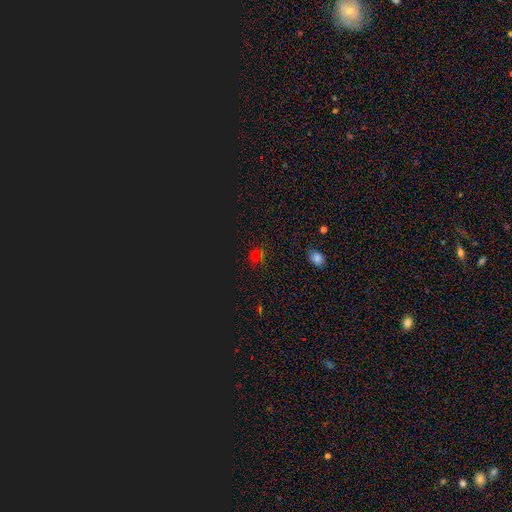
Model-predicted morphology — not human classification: This appears to be a star or artifact, not a galaxy (48%).